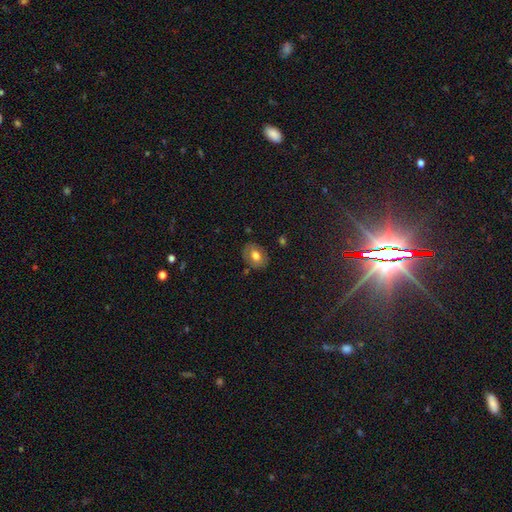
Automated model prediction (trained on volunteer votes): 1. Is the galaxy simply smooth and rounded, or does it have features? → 61% smooth, 31% featured or disk, 8% star or artifact.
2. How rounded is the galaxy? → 62% in between, 37% round, 1% cigar-shaped.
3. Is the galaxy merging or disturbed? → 80% none, 15% minor disturbance, 4% major disturbance, 2% merger.